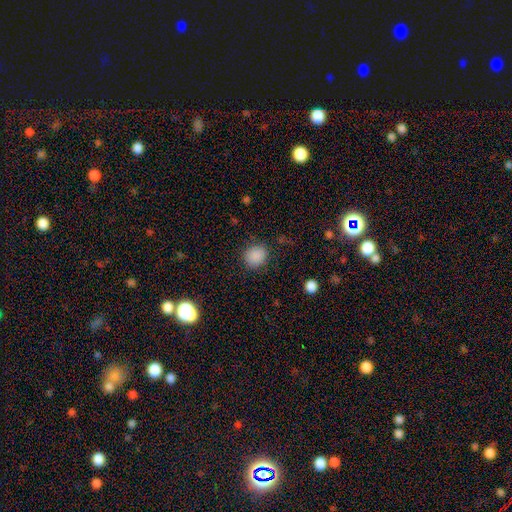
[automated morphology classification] This appears to be a smooth galaxy with no disk features (87%) that is round (78%). Merging: none (85%).